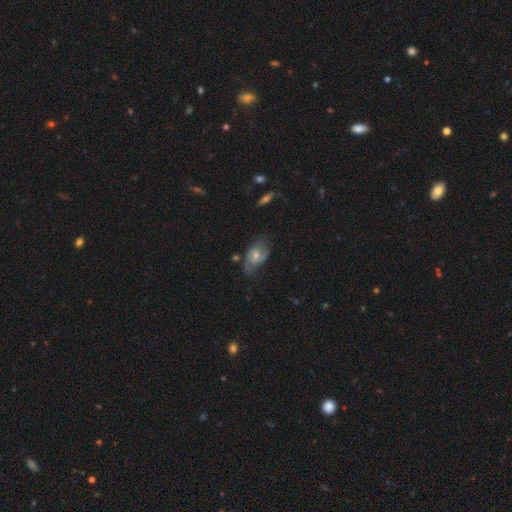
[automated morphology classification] This is likely a featured or disk galaxy (67%). It is clearly not viewed edge-on (95%). Bar: possibly no (49%). Spiral arm pattern: clearly yes (89%). Spiral arm count: likely 2 (77%). Spiral winding: possibly medium (47%). Central bulge: possibly moderate (50%). Merging: likely none (62%).